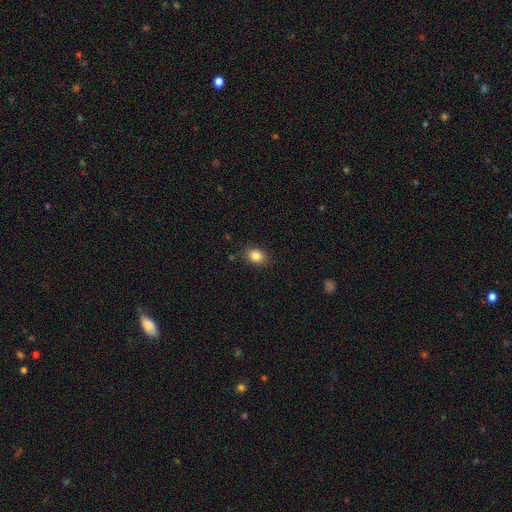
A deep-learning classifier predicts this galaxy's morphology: A smooth galaxy with no disk features (85%) that is in between round and cigar-shaped (67%). Merging: none (85%).